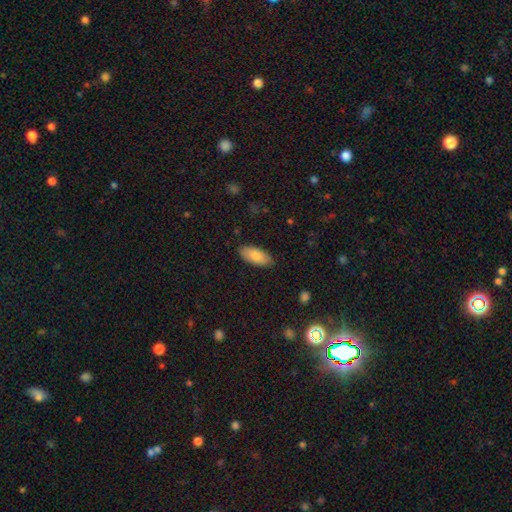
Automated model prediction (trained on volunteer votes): Q: Smooth or featured?
A: smooth (83%); runner-up: featured or disk (11%)
Q: How rounded?
A: in between (89%); runner-up: cigar-shaped (9%)
Q: Merging?
A: none (85%); runner-up: minor disturbance (12%)